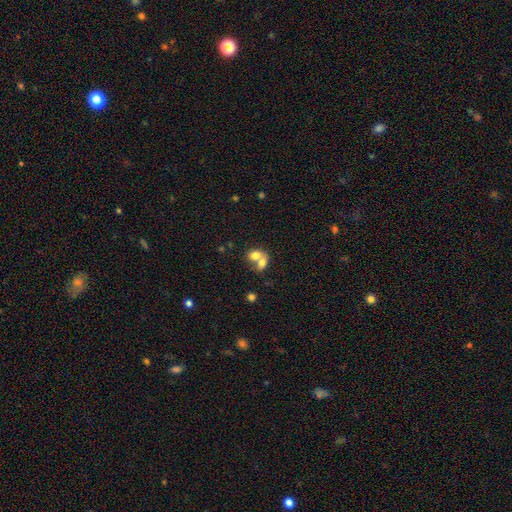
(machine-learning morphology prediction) type=smooth (73%); roundness=in between (60%); merging=merger (71%).